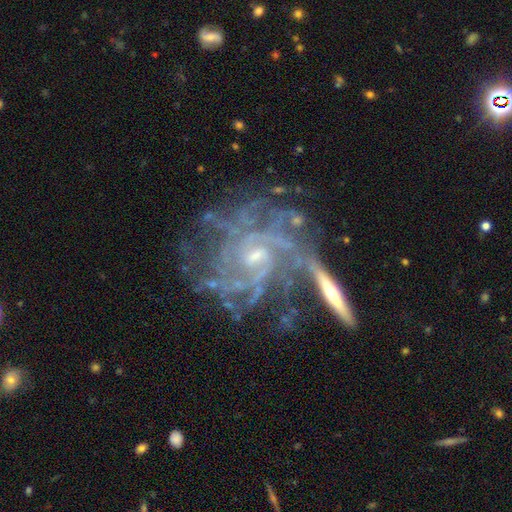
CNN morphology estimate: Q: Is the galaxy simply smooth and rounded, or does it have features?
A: featured or disk — 86%.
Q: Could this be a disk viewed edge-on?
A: no — 95%.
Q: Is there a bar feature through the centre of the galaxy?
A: no — 56%.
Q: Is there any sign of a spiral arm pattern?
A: yes — 94%.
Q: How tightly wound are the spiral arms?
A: tight — 62%.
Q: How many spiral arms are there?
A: can't tell — 34%.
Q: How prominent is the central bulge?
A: small — 67%.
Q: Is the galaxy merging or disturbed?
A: none — 51%.